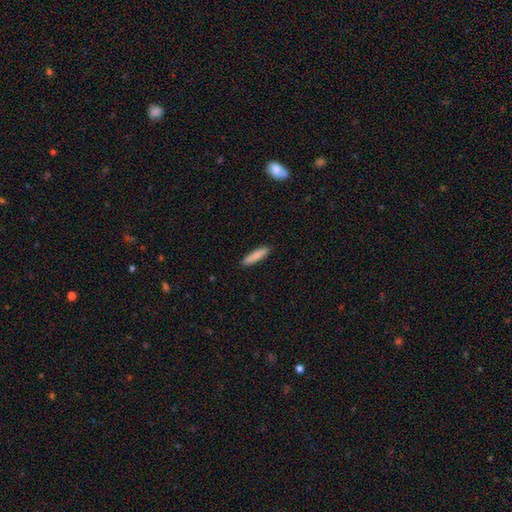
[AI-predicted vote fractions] smooth 87%, featured or disk 7%, star or artifact 6%. Down the decision tree: how rounded — cigar-shaped (82%); merging — none (90%).